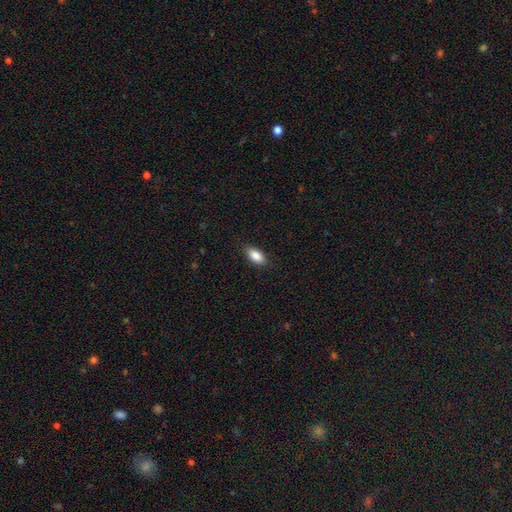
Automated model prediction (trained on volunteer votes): Overall: smooth (88%). How rounded: in between (91%). Merging: none (85%).